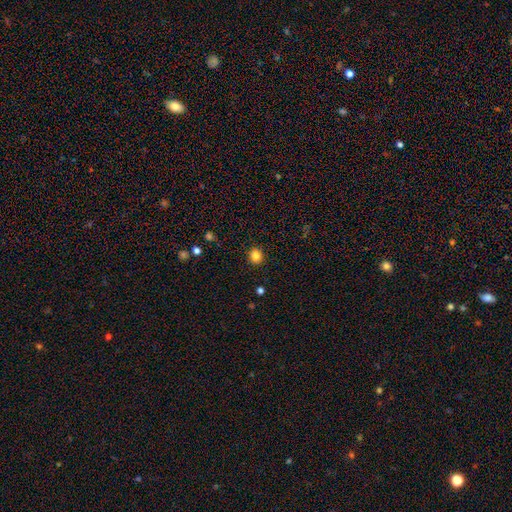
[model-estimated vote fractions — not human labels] This is clearly a smooth galaxy (84%). How rounded: clearly round (82%). Merging: clearly none (91%).